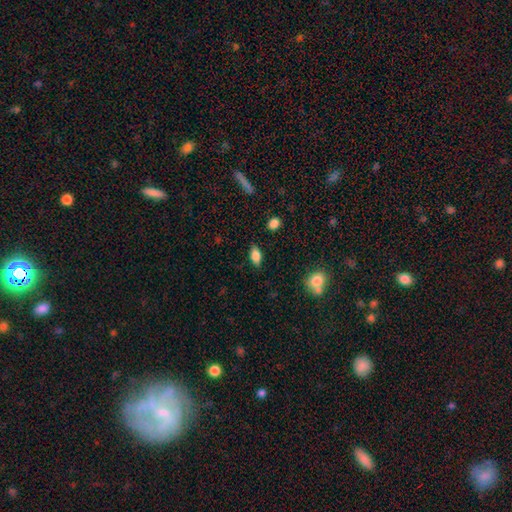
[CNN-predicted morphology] This is clearly a smooth galaxy (82%). How rounded: clearly in between (88%). Merging: clearly none (85%).